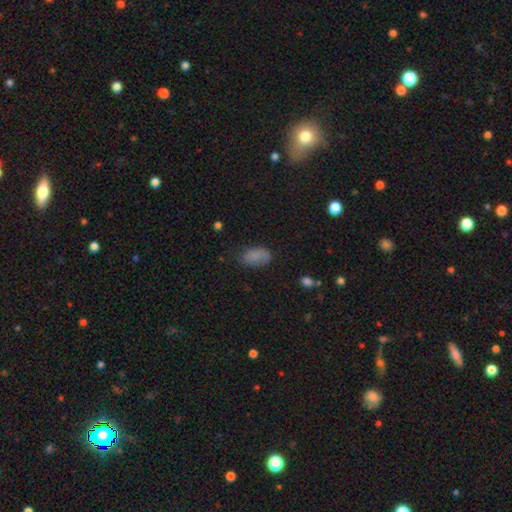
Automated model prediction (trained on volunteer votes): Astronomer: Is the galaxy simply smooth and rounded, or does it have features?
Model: smooth — 82%.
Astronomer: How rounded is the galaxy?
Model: in between — 92%.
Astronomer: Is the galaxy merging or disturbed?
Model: none — 66%.